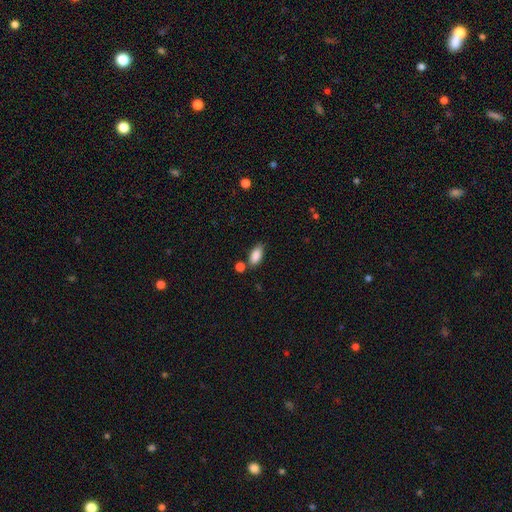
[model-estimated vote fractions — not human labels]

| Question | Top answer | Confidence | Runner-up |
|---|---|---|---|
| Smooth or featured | smooth | 87% | star or artifact (7%) |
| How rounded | in between | 90% | cigar-shaped (6%) |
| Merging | none | 67% | minor disturbance (17%) |